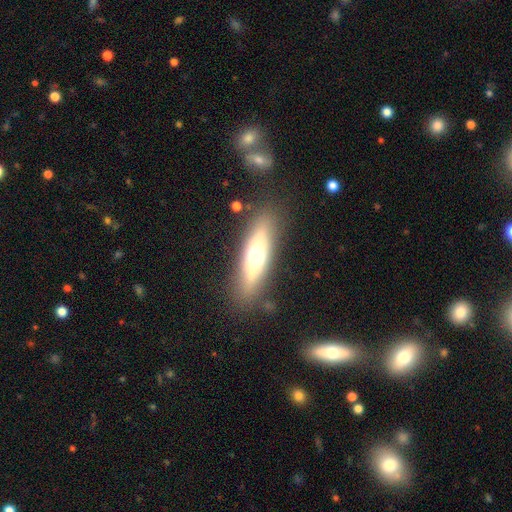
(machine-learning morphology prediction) type=smooth (52%); roundness=cigar-shaped (59%); merging=none (82%).